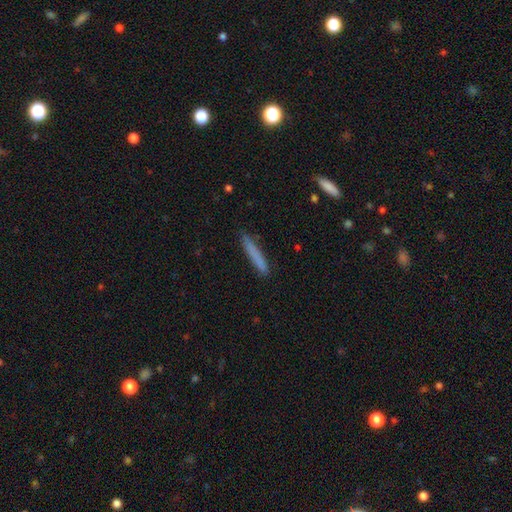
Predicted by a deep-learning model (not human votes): This appears to be a smooth galaxy with no disk features (78%) that is cigar-shaped (95%). Merging: none (87%).